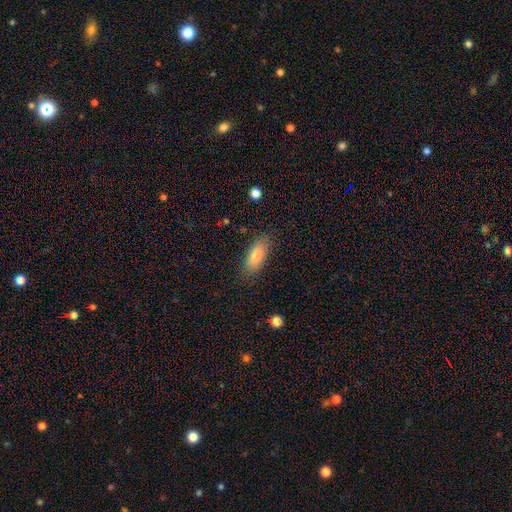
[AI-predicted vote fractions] smooth 85%, featured or disk 8%, star or artifact 7%. Down the decision tree: how rounded — in between (80%); merging — none (83%).